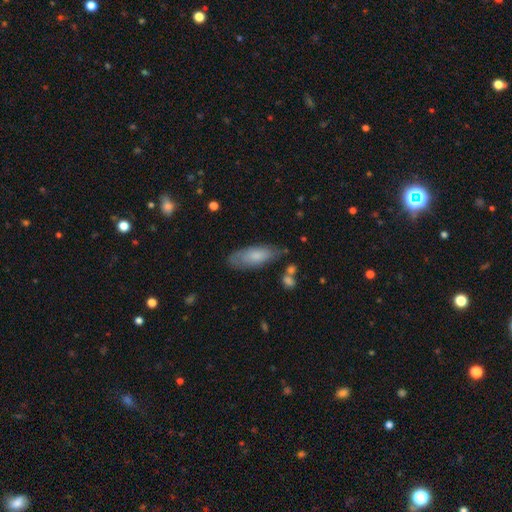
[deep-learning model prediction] Smooth or featured? smooth (74%)
How rounded? in between (75%)
Merging? none (70%)